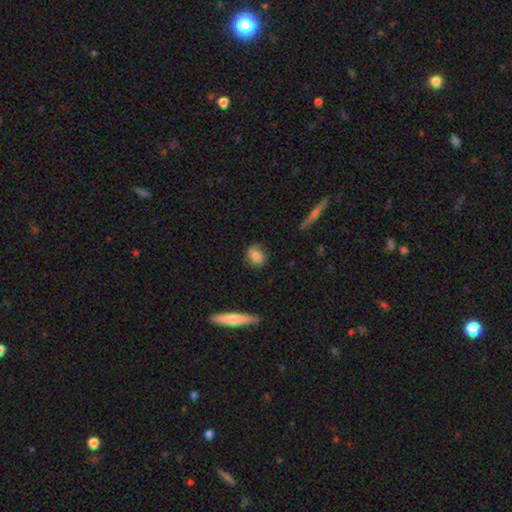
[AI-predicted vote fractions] smooth-or-featured: smooth: 78% | featured or disk: 14% | star or artifact: 8%
  how-rounded: in between: 51% | round: 45% | cigar-shaped: 4%
  merging: none: 79% | minor disturbance: 16% | major disturbance: 3% | merger: 2%